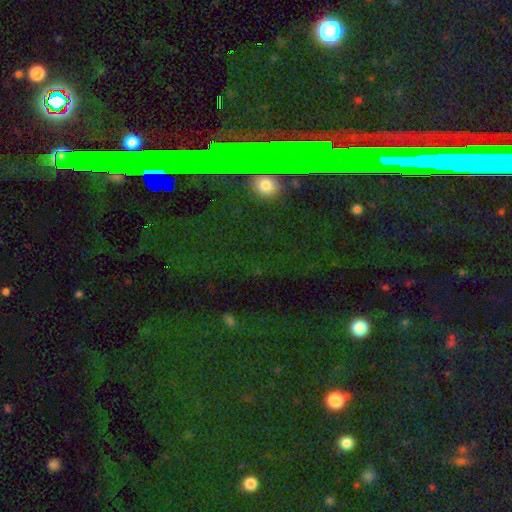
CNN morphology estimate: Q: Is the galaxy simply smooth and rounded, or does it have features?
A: star or artifact — 80%.